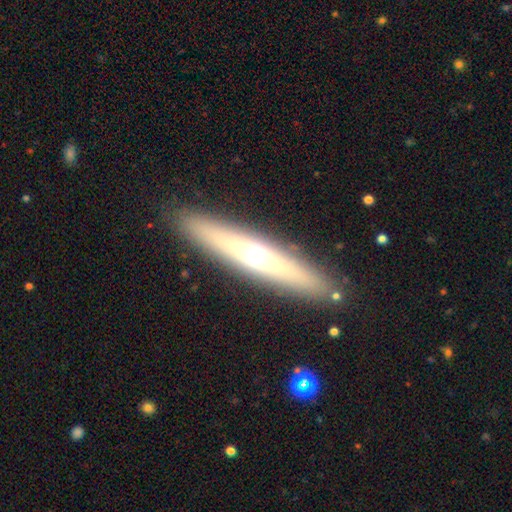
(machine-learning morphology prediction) Q: Smooth or featured?
A: featured or disk (48%); runner-up: smooth (45%)
Q: Merging?
A: none (89%); runner-up: minor disturbance (7%)